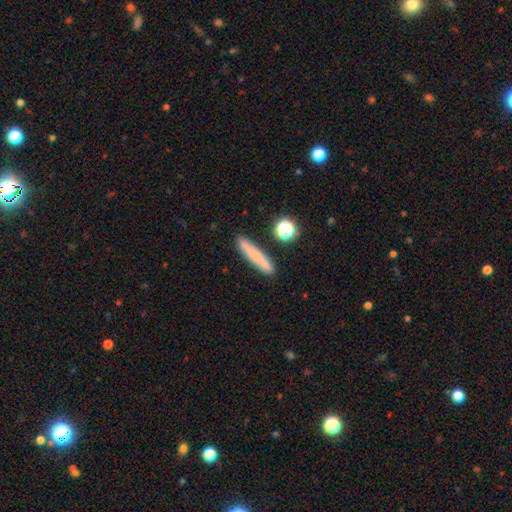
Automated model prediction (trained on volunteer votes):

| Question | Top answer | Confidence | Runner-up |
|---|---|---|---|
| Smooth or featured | smooth | 74% | featured or disk (17%) |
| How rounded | cigar-shaped | 90% | in between (7%) |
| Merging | none | 84% | minor disturbance (10%) |